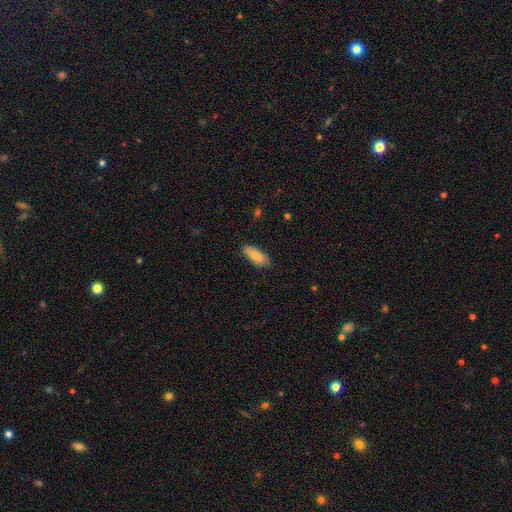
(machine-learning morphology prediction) A smooth galaxy with no disk features (83%) that is in between round and cigar-shaped (79%). Merging: none (85%).